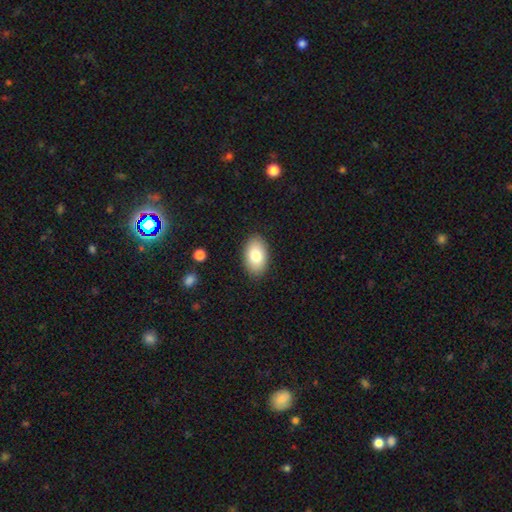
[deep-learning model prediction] Morphology: type=smooth (80%); roundness=in between (92%); merging=none (88%).